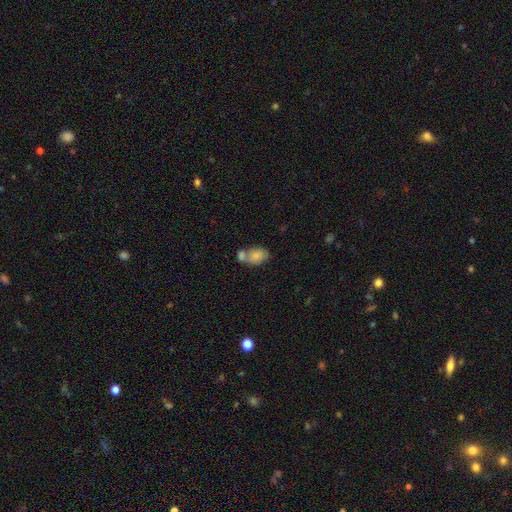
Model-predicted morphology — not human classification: Overall: smooth (80%). How rounded: in between (78%). Merging: merger (50%; none 34%).